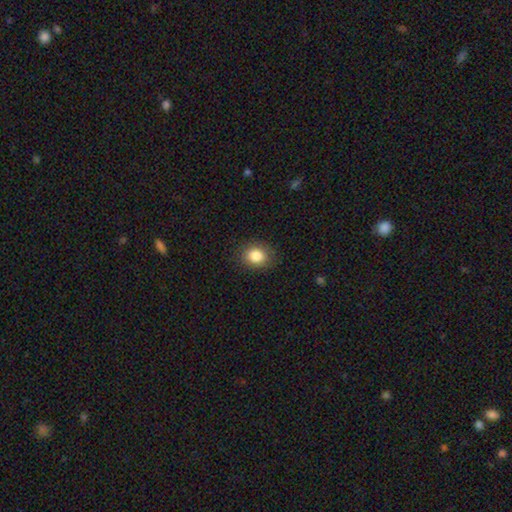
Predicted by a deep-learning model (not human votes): This is clearly a smooth galaxy (85%). How rounded: possibly round (59%). Merging: clearly none (87%).